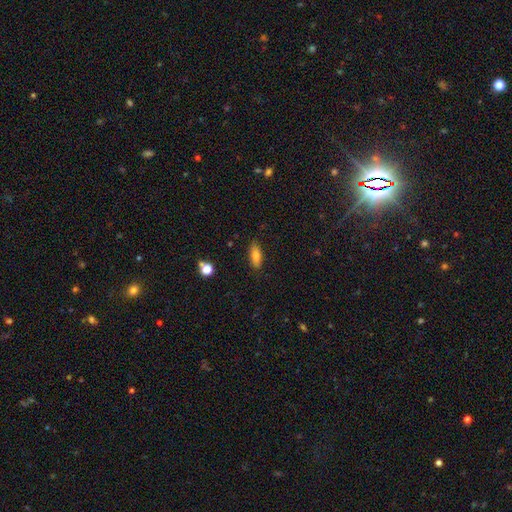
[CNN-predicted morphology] type=smooth (77%); roundness=in between (73%); merging=none (86%).